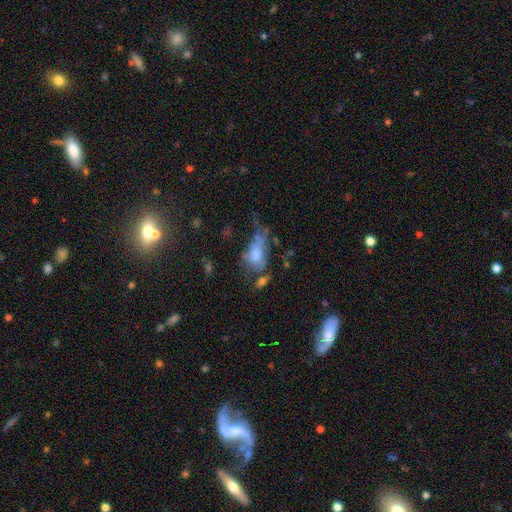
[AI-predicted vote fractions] Smooth or featured: smooth — 60% (featured or disk — 29%)
How rounded: in between — 80% (round — 14%)
Merging: major disturbance — 40% (minor disturbance — 23%)